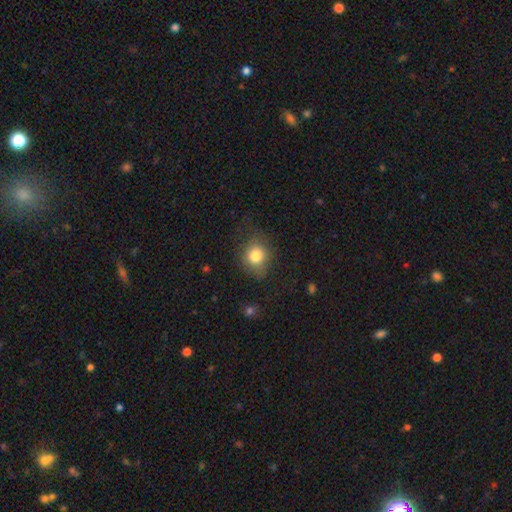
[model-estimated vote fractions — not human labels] smooth_or_featured: smooth (p=0.80) [alt: star or artifact p=0.11]
how_rounded: round (p=0.73) [alt: in between p=0.26]
merging: none (p=0.70) [alt: minor disturbance p=0.20]